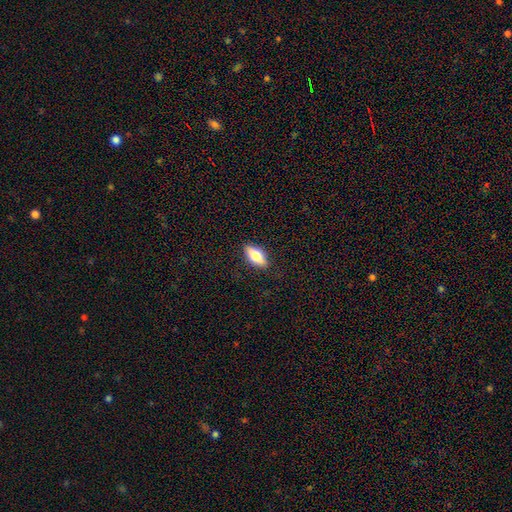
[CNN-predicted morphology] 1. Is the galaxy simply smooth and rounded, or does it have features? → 72% smooth, 21% featured or disk, 7% star or artifact.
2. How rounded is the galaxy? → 83% in between, 14% cigar-shaped, 3% round.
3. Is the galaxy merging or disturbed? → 86% none, 11% minor disturbance, 3% major disturbance, 1% merger.